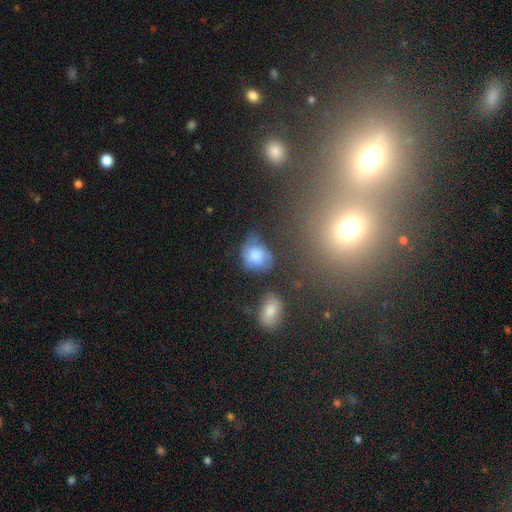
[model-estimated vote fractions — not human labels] smooth 63%, featured or disk 26%, star or artifact 11%. Down the decision tree: how rounded — round (57%); merging — none (42%).